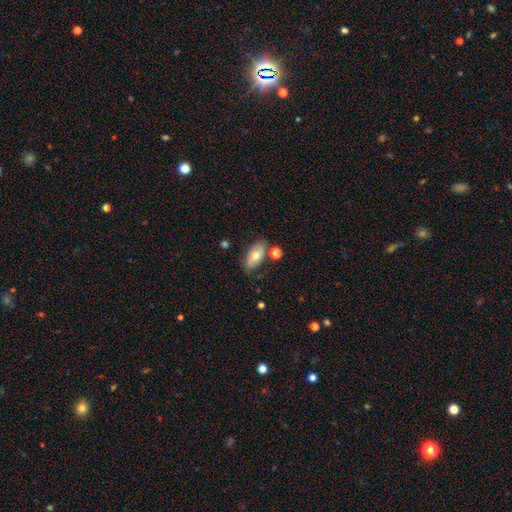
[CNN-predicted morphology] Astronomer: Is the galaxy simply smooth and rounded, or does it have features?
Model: smooth — 65%.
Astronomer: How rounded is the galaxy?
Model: in between — 89%.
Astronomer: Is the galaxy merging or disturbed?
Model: none — 72%.